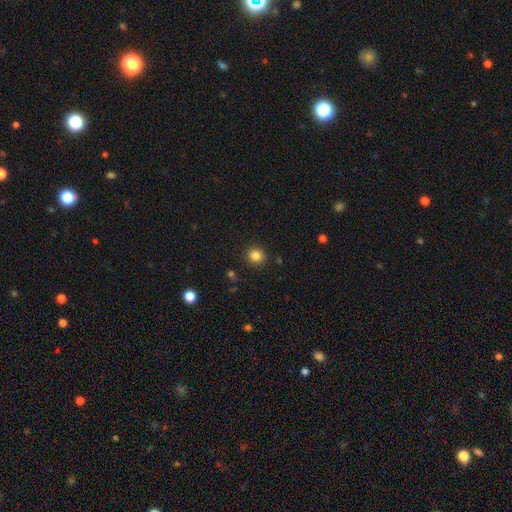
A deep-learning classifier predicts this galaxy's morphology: A smooth galaxy with no disk features (83%) that is round (89%). Merging: none (90%).